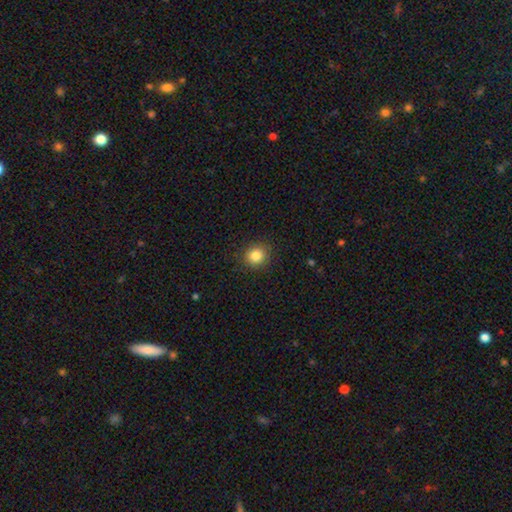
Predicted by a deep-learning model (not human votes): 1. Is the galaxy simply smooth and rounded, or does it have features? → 84% smooth, 11% star or artifact, 5% featured or disk.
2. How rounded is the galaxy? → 89% round, 10% in between, 1% cigar-shaped.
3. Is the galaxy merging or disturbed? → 89% none, 7% minor disturbance, 2% major disturbance, 1% merger.